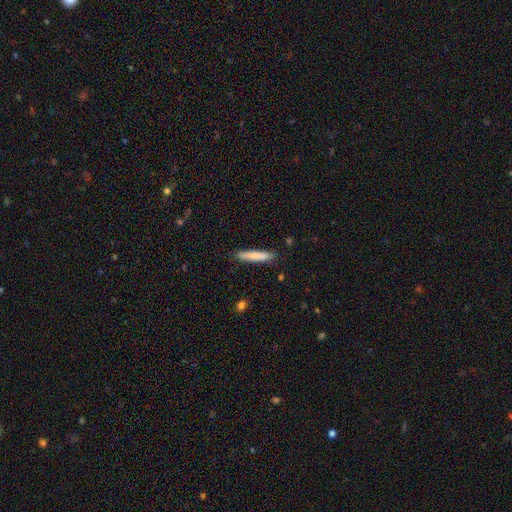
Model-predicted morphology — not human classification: This appears to be a smooth galaxy with no disk features (80%) that is cigar-shaped (92%). Merging: none (86%).